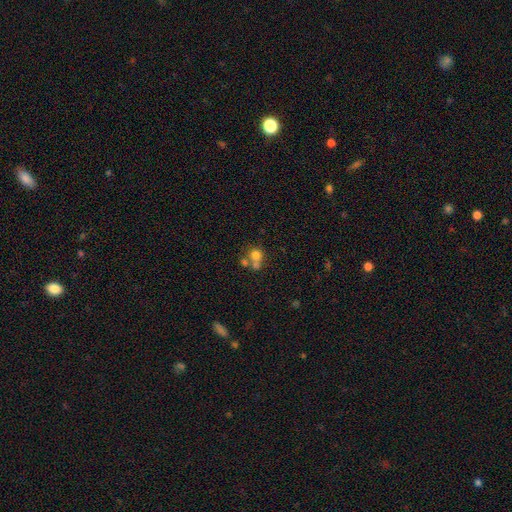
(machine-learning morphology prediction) A smooth galaxy with no disk features (71%) that is round (81%). Merging: merger (49%).